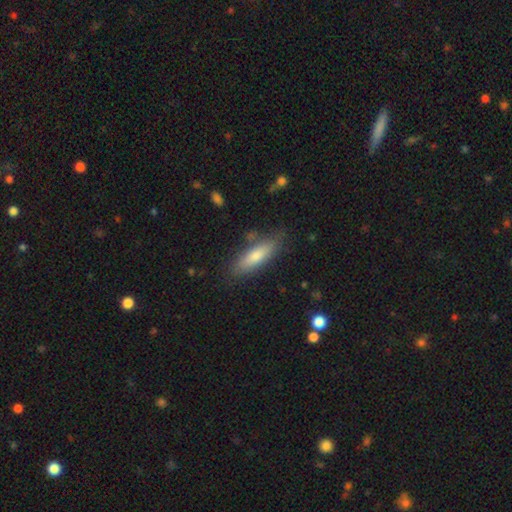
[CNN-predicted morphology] Smooth or featured?
  - smooth: 73% *
  - featured or disk: 21%
  - star or artifact: 6%
How rounded?
  - cigar-shaped: 55% *
  - in between: 43%
  - round: 2%
Merging?
  - none: 79% *
  - minor disturbance: 14%
  - major disturbance: 3%
  - merger: 3%